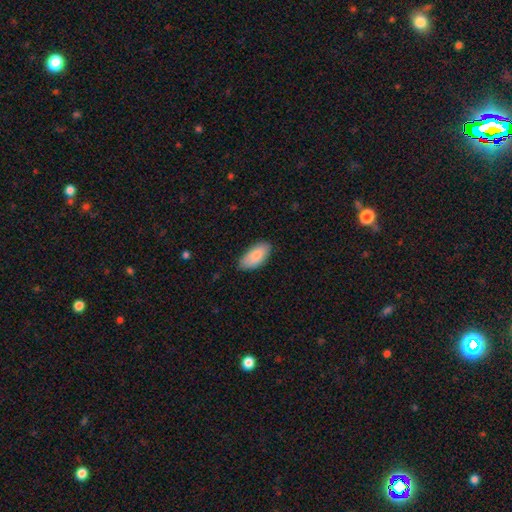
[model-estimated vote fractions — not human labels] This is clearly a smooth galaxy (87%). How rounded: clearly in between (92%). Merging: likely none (78%).